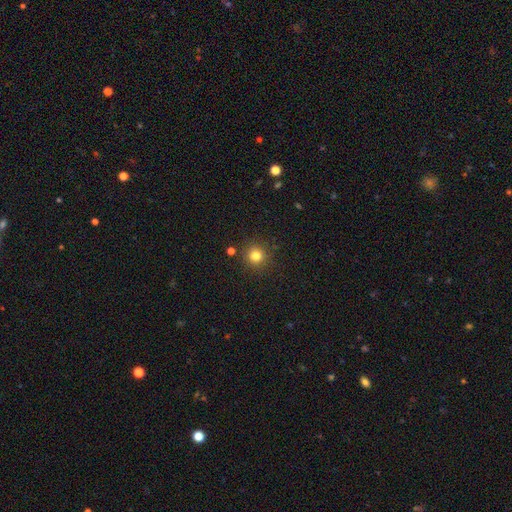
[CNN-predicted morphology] Smooth or featured? Predicted: smooth (p=0.80). How rounded? Predicted: round (p=0.92). Merging? Predicted: none (p=0.88).